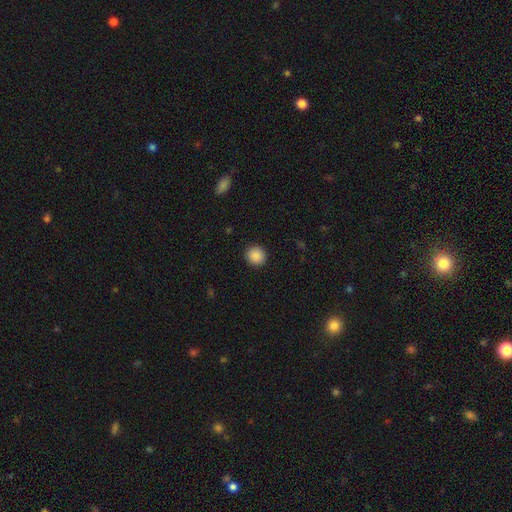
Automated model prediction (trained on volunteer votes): Morphology: type=smooth (89%); roundness=round (90%); merging=none (92%).